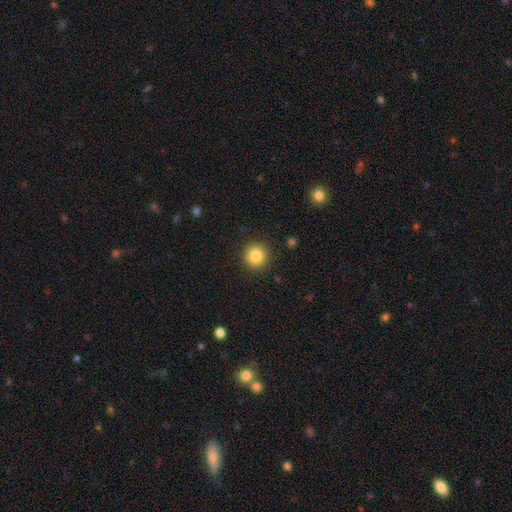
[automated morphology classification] This appears to be a smooth galaxy with no disk features (85%) that is round (94%). Merging: none (90%).